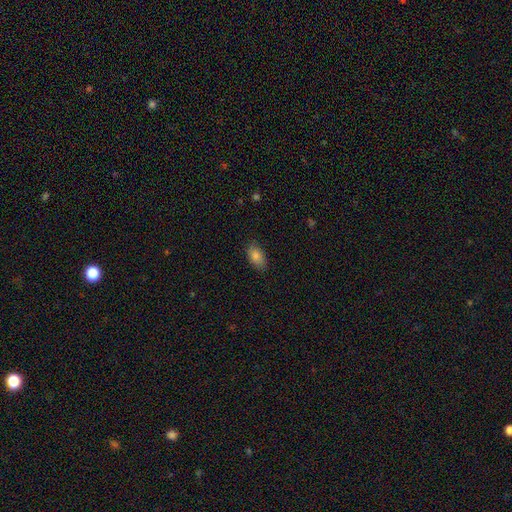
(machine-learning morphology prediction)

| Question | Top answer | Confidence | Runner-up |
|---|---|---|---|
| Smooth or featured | smooth | 85% | star or artifact (8%) |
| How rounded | in between | 92% | round (5%) |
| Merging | none | 85% | minor disturbance (12%) |